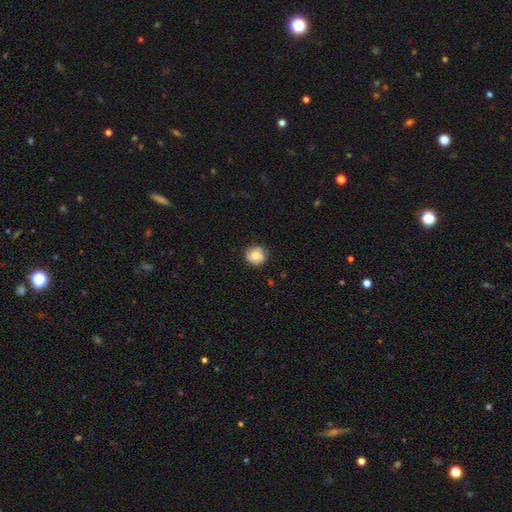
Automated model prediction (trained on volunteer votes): Morphology: type=smooth (76%); roundness=round (90%); merging=none (81%).